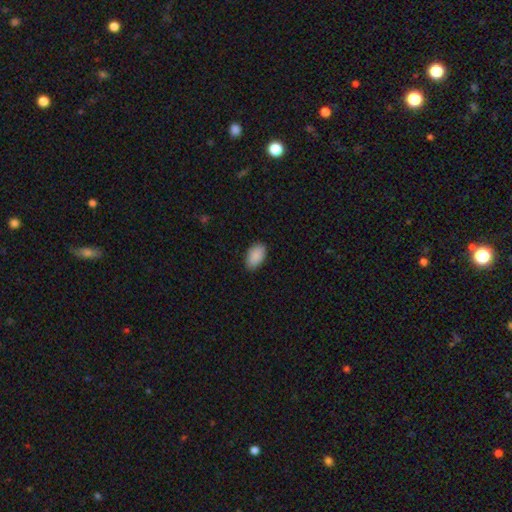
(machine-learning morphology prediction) smooth_or_featured: smooth (p=0.90) [alt: star or artifact p=0.07]
how_rounded: in between (p=0.93) [alt: round p=0.05]
merging: none (p=0.86) [alt: minor disturbance p=0.11]